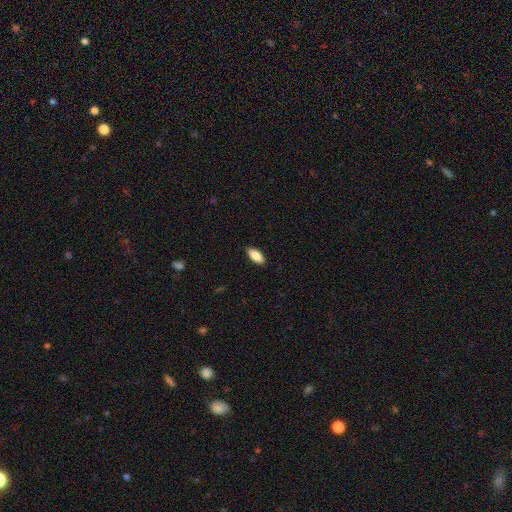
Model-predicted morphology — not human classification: Smooth or featured? Predicted: smooth (p=0.86). How rounded? Predicted: in between (p=0.83). Merging? Predicted: none (p=0.87).